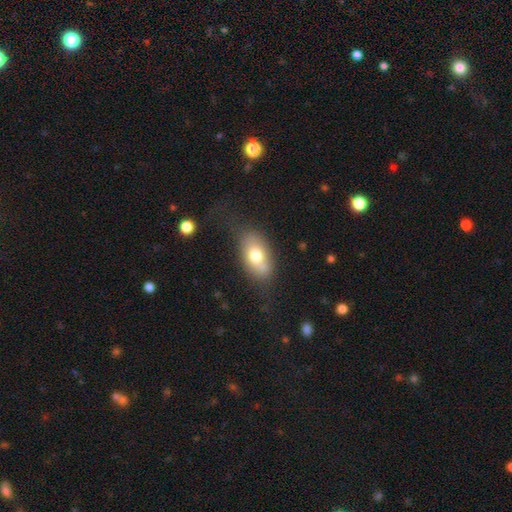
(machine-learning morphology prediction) smooth 71%, featured or disk 21%, star or artifact 8%. Down the decision tree: how rounded — in between (89%); merging — none (59%).